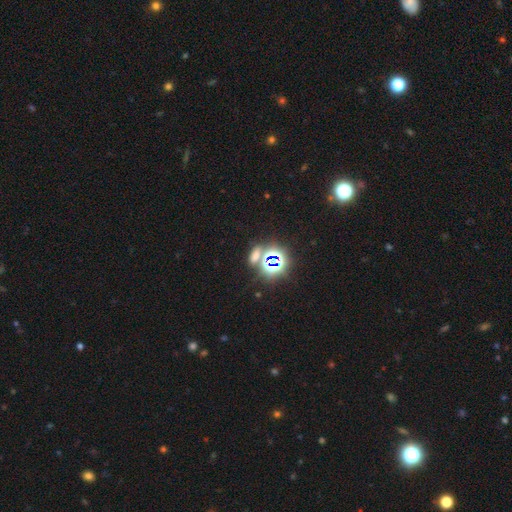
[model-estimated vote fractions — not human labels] star or artifact 54%, smooth 36%, featured or disk 9%.